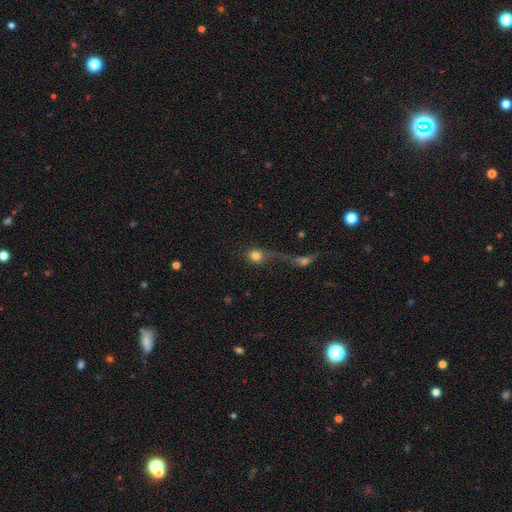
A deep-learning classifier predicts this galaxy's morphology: Smooth or featured?
  - smooth: 77% *
  - featured or disk: 12%
  - star or artifact: 12%
How rounded?
  - round: 78% *
  - in between: 20%
  - cigar-shaped: 3%
Merging?
  - merger: 49% *
  - none: 25%
  - major disturbance: 17%
  - minor disturbance: 8%